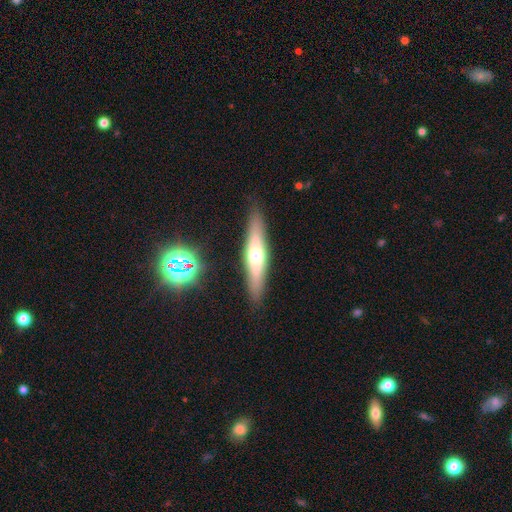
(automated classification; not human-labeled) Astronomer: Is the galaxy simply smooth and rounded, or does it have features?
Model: featured or disk — 53% (runner-up: smooth, 38%).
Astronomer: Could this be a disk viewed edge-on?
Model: yes — 87%.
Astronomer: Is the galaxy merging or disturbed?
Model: none — 88%.